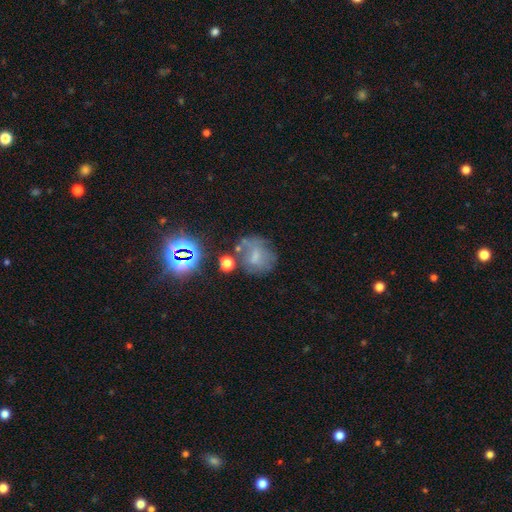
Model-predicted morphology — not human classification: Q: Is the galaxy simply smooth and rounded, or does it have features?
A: smooth — 48%.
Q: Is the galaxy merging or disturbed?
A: none — 55%.